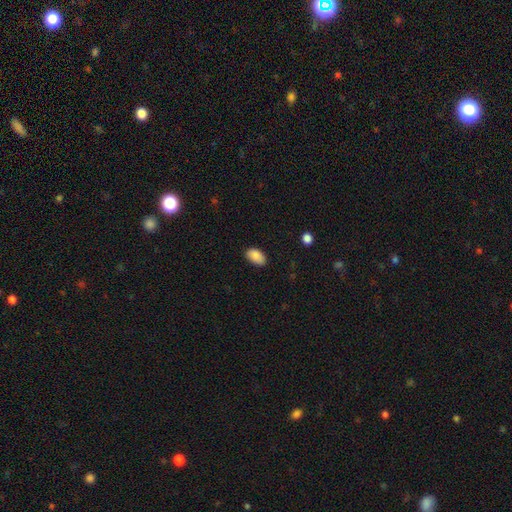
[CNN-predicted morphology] A smooth galaxy with no disk features (88%) that is in between round and cigar-shaped (94%). Merging: none (84%).